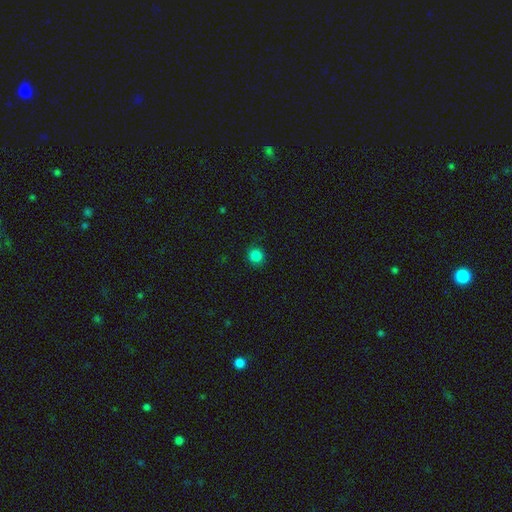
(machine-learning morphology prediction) This is clearly a smooth galaxy (85%). How rounded: clearly round (91%). Merging: clearly none (88%).